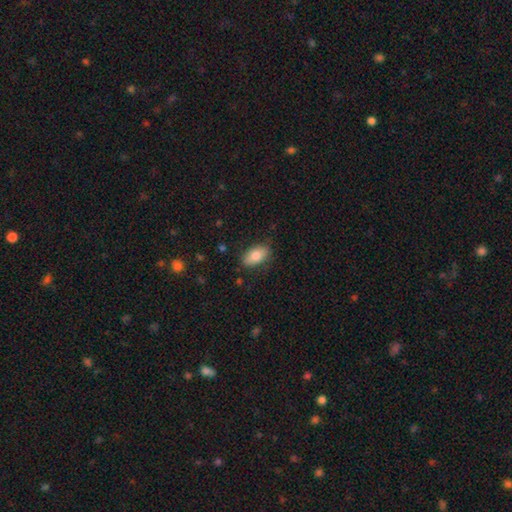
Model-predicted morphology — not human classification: type=smooth (80%); roundness=in between (91%); merging=none (81%).